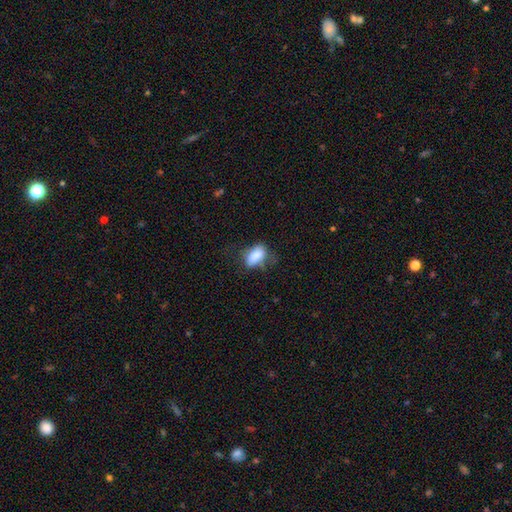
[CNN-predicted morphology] Smooth or featured? Predicted: smooth (p=0.82). How rounded? Predicted: in between (p=0.89). Merging? Predicted: none (p=0.49).